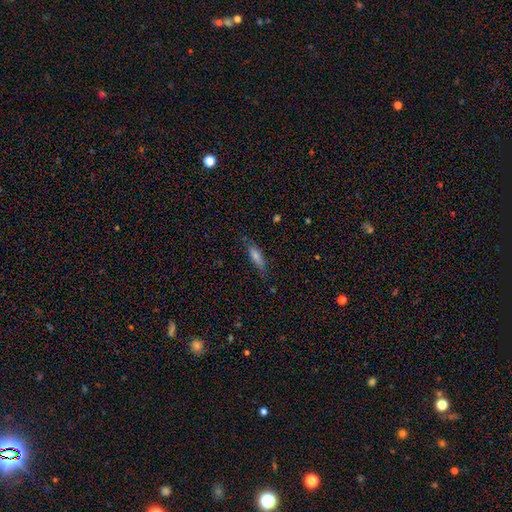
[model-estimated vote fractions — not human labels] The model was most divided on "smooth or featured": smooth: 57%, featured or disk: 29%, star or artifact: 14%. More confident: merging — none (74%); how rounded — cigar-shaped (64%).